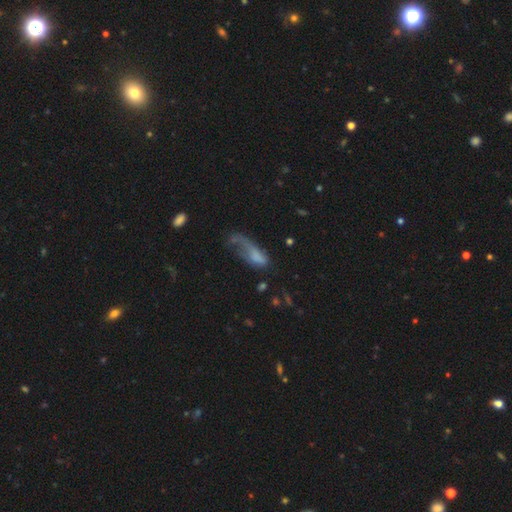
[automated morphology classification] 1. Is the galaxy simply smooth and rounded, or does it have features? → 54% smooth, 34% featured or disk, 11% star or artifact.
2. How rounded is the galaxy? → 72% in between, 23% cigar-shaped, 5% round.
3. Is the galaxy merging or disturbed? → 53% major disturbance, 20% minor disturbance, 20% none, 8% merger.